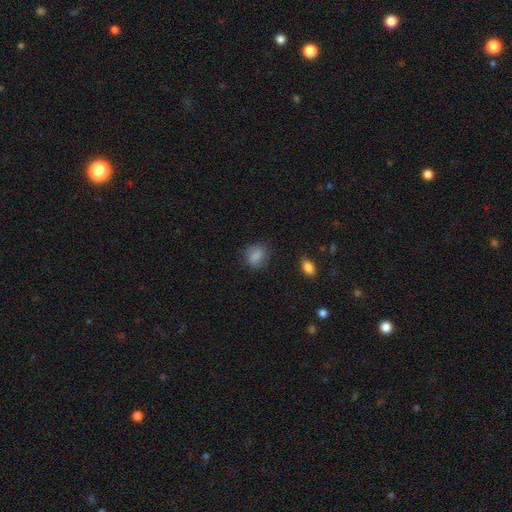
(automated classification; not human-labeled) Overall: smooth (81%). How rounded: round (55%; in between 44%). Merging: none (72%).